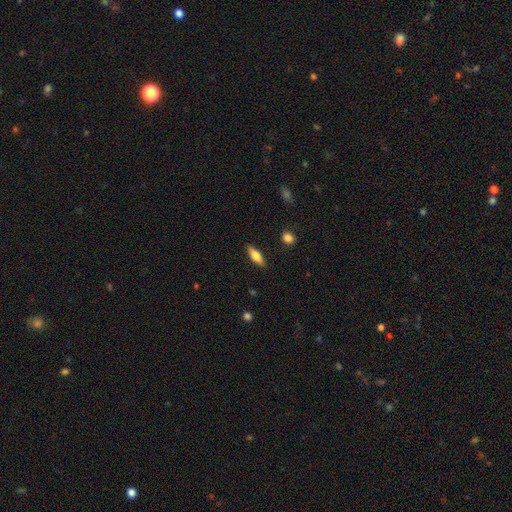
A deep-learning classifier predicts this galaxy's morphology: Q: Smooth or featured?
A: smooth (68%); runner-up: featured or disk (26%)
Q: How rounded?
A: in between (57%); runner-up: cigar-shaped (40%)
Q: Merging?
A: none (87%); runner-up: minor disturbance (10%)